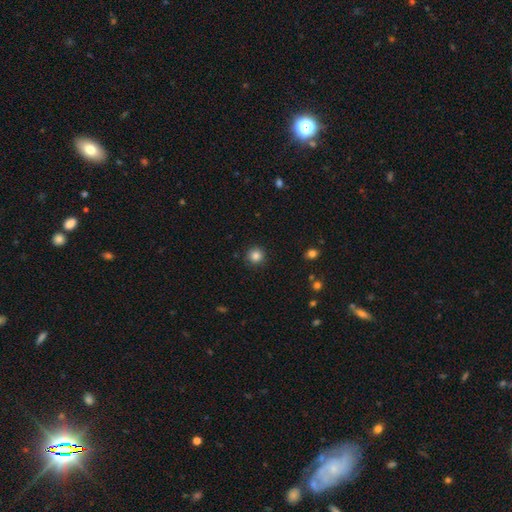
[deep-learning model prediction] A smooth galaxy with no disk features (85%) that is round (95%). Merging: none (91%).